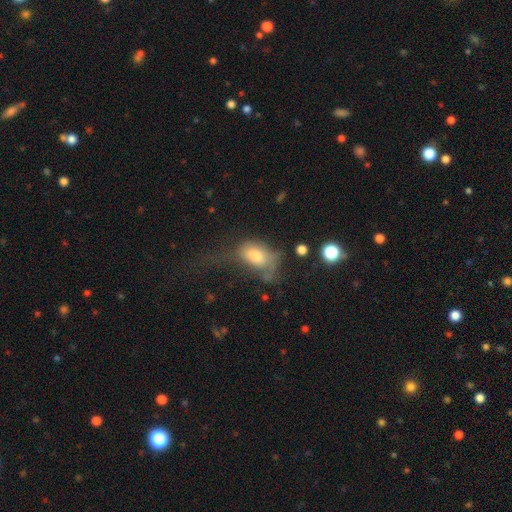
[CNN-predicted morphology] Smooth or featured?
  - smooth: 67% *
  - featured or disk: 22%
  - star or artifact: 10%
How rounded?
  - in between: 84% *
  - round: 13%
  - cigar-shaped: 3%
Merging?
  - major disturbance: 50% *
  - minor disturbance: 22%
  - none: 21%
  - merger: 7%